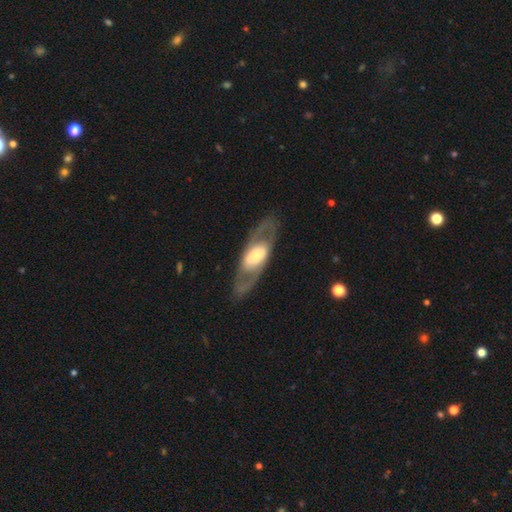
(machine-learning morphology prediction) Smooth or featured: featured or disk — 68% (smooth — 27%)
Edge-on disk: no — 80% (yes — 20%)
Bar: no — 51% (weak — 26%)
Spiral arms: no — 52% (yes — 48%)
Bulge size: moderate — 40% (large — 35%)
Merging: none — 79% (minor disturbance — 12%)